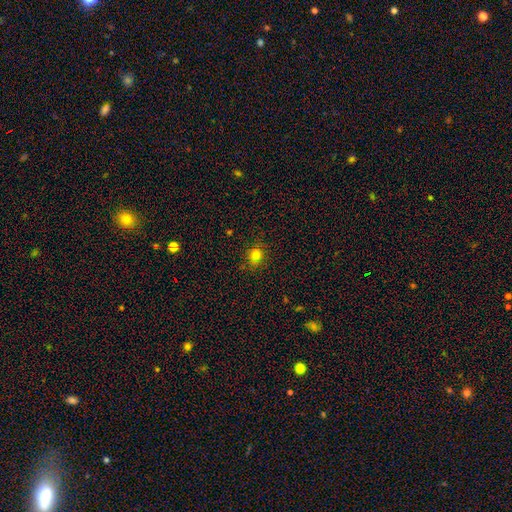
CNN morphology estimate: This is likely a smooth galaxy (79%). How rounded: likely round (72%). Merging: clearly none (84%).